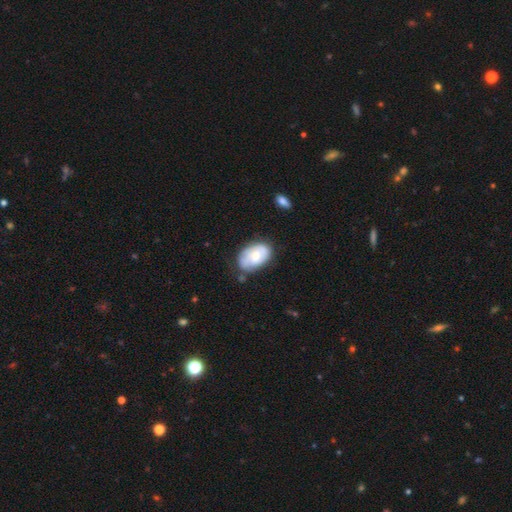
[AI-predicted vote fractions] Smooth or featured?
  - smooth: 55% *
  - featured or disk: 39%
  - star or artifact: 6%
How rounded?
  - in between: 88% *
  - round: 10%
  - cigar-shaped: 1%
Merging?
  - none: 57% *
  - minor disturbance: 30%
  - major disturbance: 7%
  - merger: 5%